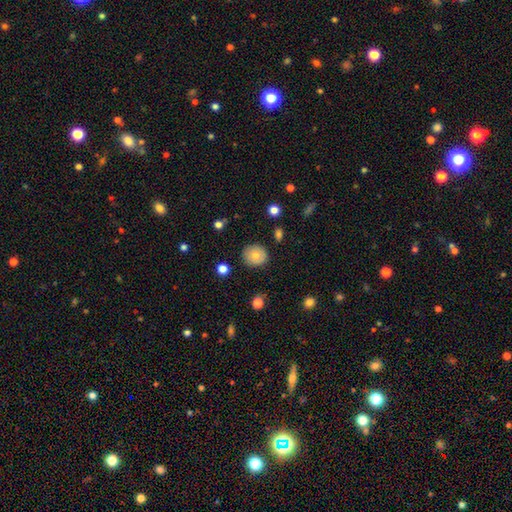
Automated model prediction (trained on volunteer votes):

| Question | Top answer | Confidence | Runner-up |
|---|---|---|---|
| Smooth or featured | smooth | 73% | featured or disk (18%) |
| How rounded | round | 86% | in between (13%) |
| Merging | none | 86% | minor disturbance (11%) |